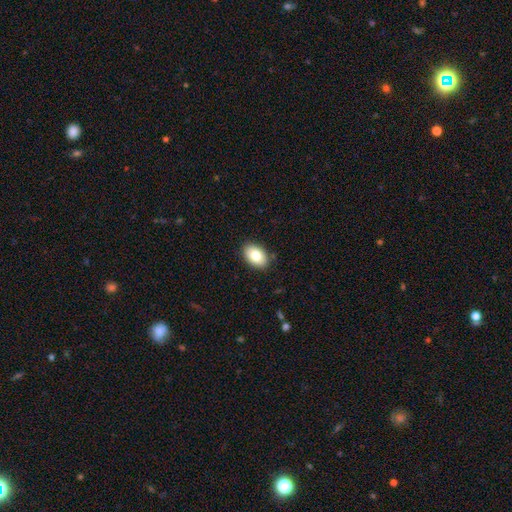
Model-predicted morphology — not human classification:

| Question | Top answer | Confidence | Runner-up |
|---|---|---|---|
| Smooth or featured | smooth | 82% | featured or disk (11%) |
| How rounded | in between | 88% | round (11%) |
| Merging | none | 88% | minor disturbance (9%) |